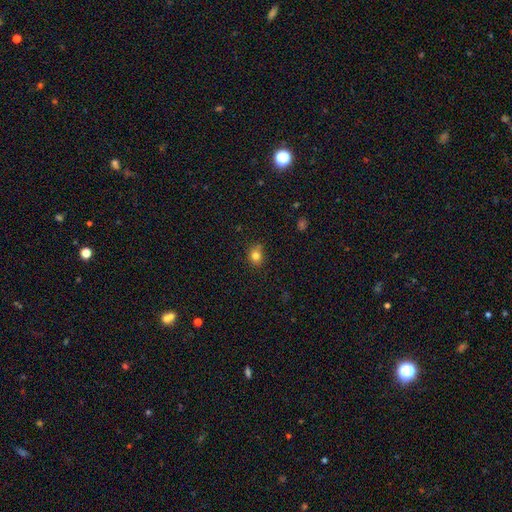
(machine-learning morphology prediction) The model was most divided on "how rounded": round: 65%, in between: 34%, cigar-shaped: 1%. More confident: smooth or featured — smooth (80%); merging — none (74%).